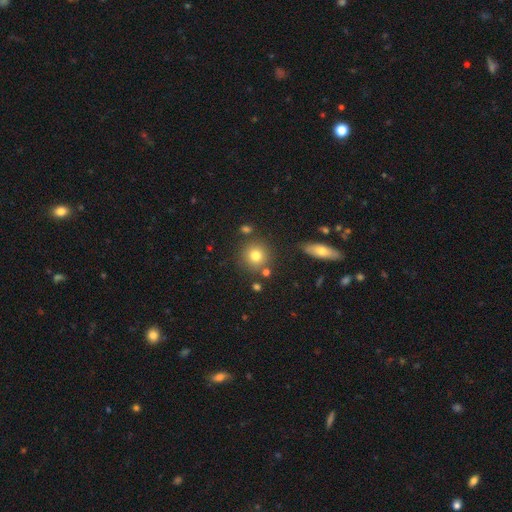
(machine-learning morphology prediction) Q: Smooth or featured?
A: smooth (78%); runner-up: star or artifact (12%)
Q: How rounded?
A: round (91%); runner-up: in between (8%)
Q: Merging?
A: none (80%); runner-up: minor disturbance (9%)